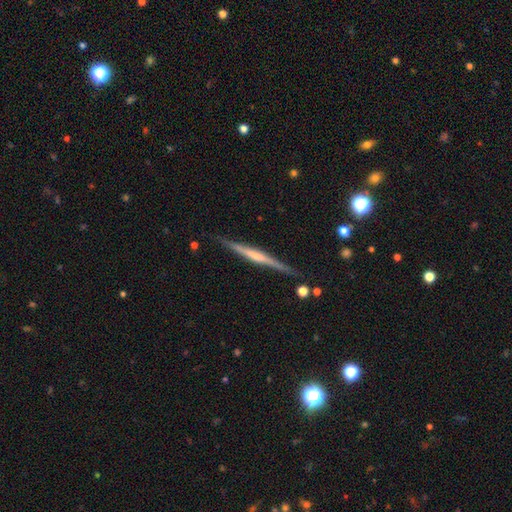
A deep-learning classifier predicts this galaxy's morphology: This appears to be a featured or disk galaxy (67%) viewed edge-on (97%) with no central bulge (45%). Merging: none (85%).